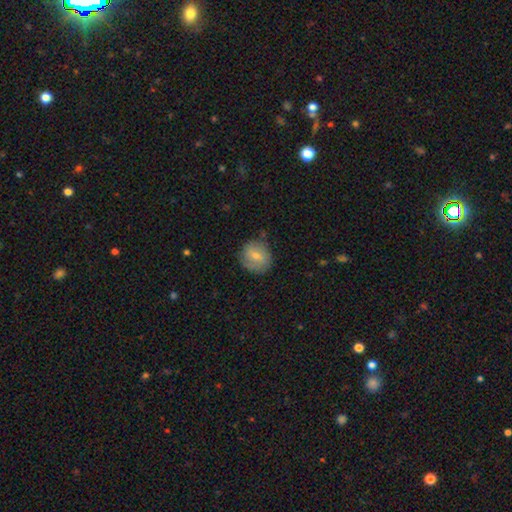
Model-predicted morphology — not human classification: Smooth or featured? Predicted: smooth (p=0.63). How rounded? Predicted: round (p=0.78). Merging? Predicted: none (p=0.79).